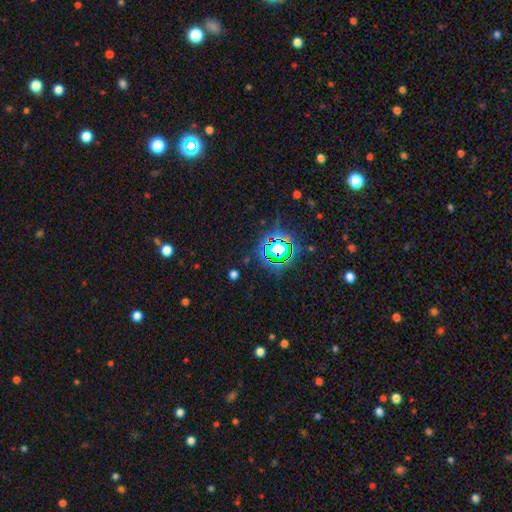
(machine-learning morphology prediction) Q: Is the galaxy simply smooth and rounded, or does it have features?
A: star or artifact — 81%.